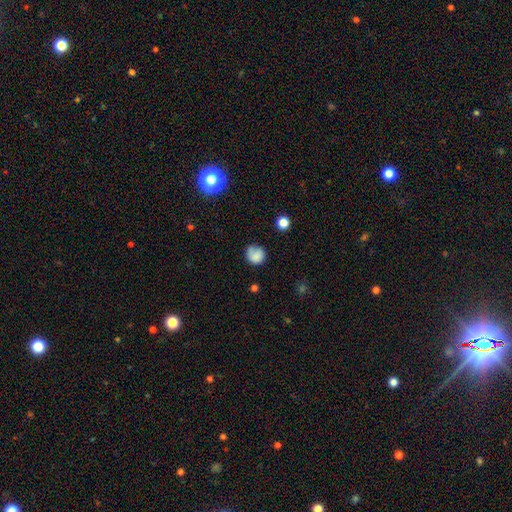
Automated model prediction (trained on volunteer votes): This is clearly a smooth galaxy (80%). How rounded: clearly round (84%). Merging: likely none (63%).